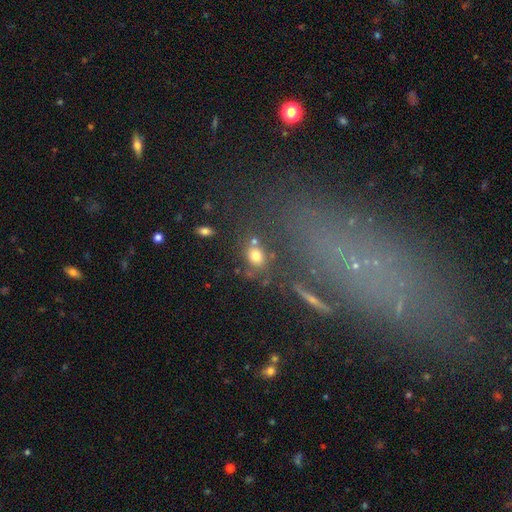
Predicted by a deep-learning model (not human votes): Q: Smooth or featured?
A: smooth (73%); runner-up: star or artifact (16%)
Q: How rounded?
A: in between (53%); runner-up: round (43%)
Q: Merging?
A: none (65%); runner-up: merger (14%)